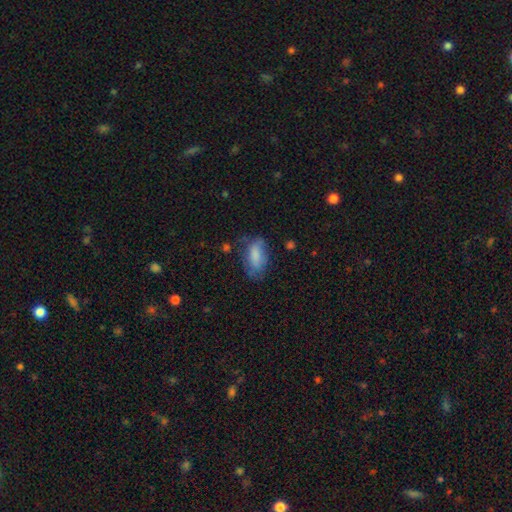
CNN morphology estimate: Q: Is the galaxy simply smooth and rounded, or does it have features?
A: smooth — 75%.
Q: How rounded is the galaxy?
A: in between — 89%.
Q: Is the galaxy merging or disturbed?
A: none — 53%.